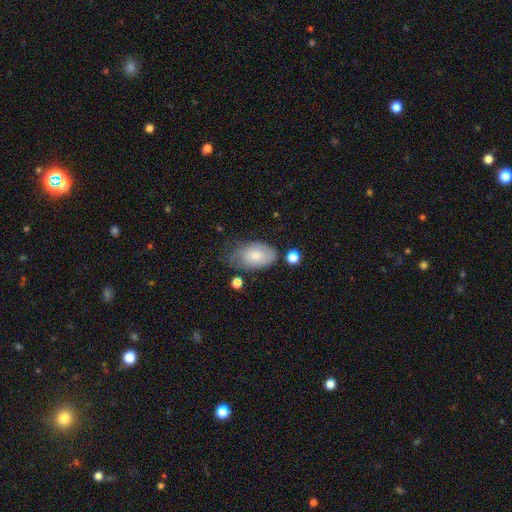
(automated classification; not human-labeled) smooth 71%, featured or disk 22%, star or artifact 7%. Down the decision tree: how rounded — in between (91%); merging — none (48%).